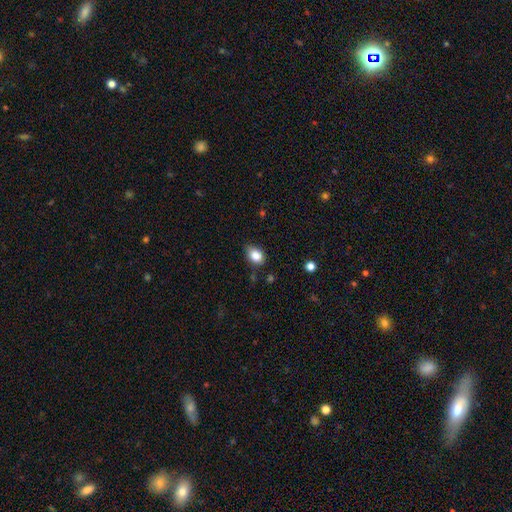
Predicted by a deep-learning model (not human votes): Smooth or featured? Predicted: smooth (p=0.86). How rounded? Predicted: in between (p=0.75). Merging? Predicted: none (p=0.70).